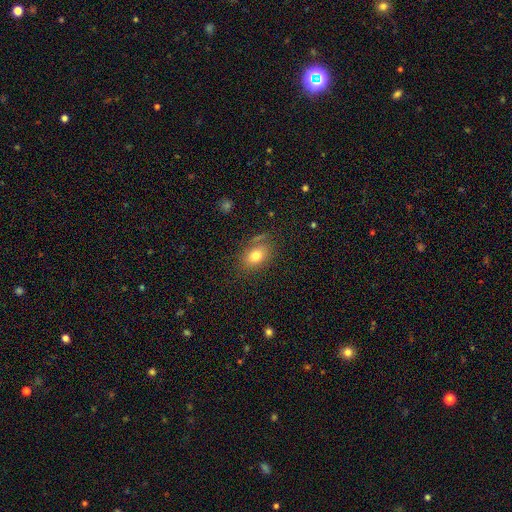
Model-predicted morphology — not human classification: Q: Smooth or featured?
A: smooth (77%); runner-up: featured or disk (12%)
Q: How rounded?
A: in between (76%); runner-up: round (22%)
Q: Merging?
A: none (75%); runner-up: minor disturbance (16%)